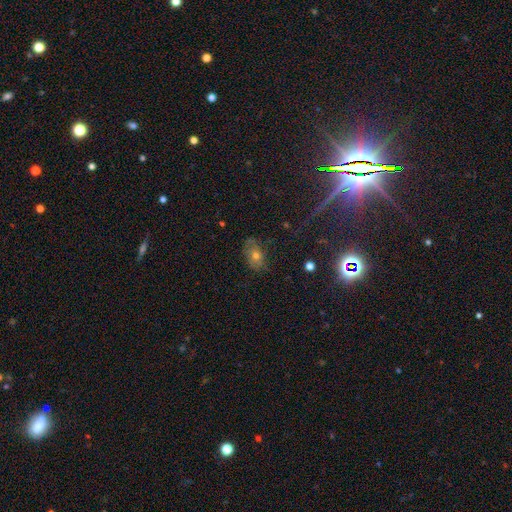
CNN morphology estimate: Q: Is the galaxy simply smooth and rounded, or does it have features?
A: smooth — 42%.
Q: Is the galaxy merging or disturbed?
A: none — 70%.